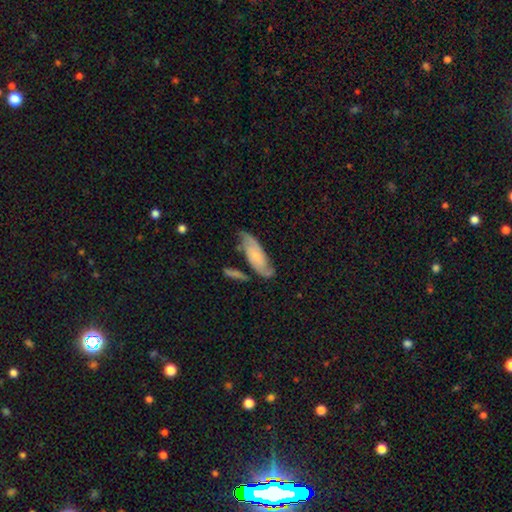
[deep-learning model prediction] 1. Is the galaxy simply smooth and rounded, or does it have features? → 67% featured or disk, 27% smooth, 6% star or artifact.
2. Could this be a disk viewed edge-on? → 89% no, 11% yes.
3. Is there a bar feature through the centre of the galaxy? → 72% no, 22% weak, 6% strong.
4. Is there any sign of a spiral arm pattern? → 91% yes, 9% no.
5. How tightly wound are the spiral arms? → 40% tight (tied), 40% medium (tied), 20% loose.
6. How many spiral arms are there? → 79% 2, 14% can't tell, 3% 3, 3% 1, 1% 4, 1% more than 4.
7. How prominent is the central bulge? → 68% small, 24% moderate, 5% none, 2% large, 1% dominant.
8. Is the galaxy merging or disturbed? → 66% none, 19% minor disturbance, 8% merger, 7% major disturbance.